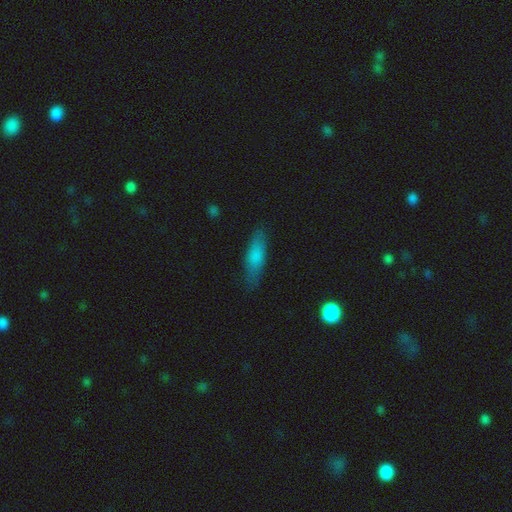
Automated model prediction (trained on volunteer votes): A smooth galaxy with no disk features (76%) that is in between round and cigar-shaped (49%). Merging: none (81%).